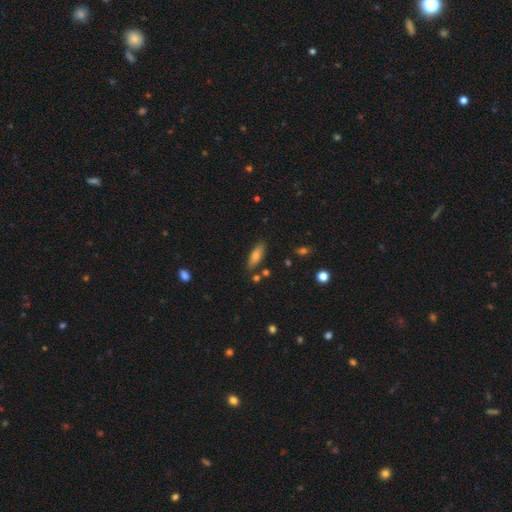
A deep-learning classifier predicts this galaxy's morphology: Smooth or featured?
  - smooth: 71% *
  - featured or disk: 21%
  - star or artifact: 8%
How rounded?
  - in between: 60% *
  - cigar-shaped: 38%
  - round: 3%
Merging?
  - none: 80% *
  - minor disturbance: 13%
  - merger: 5%
  - major disturbance: 3%